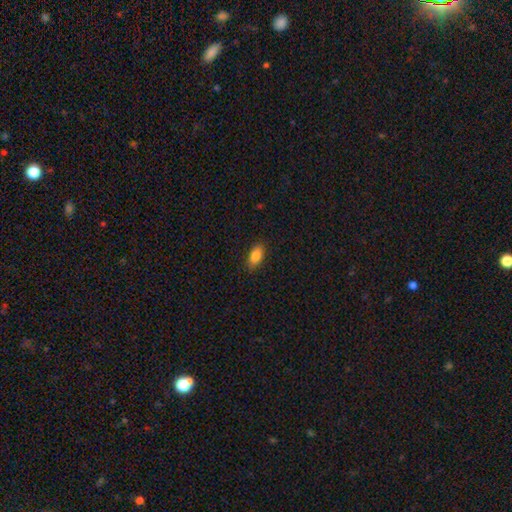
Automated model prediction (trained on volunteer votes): smooth-or-featured: smooth: 86% | star or artifact: 7% | featured or disk: 7%
  how-rounded: in between: 89% | cigar-shaped: 6% | round: 4%
  merging: none: 86% | minor disturbance: 10% | major disturbance: 2% | merger: 1%